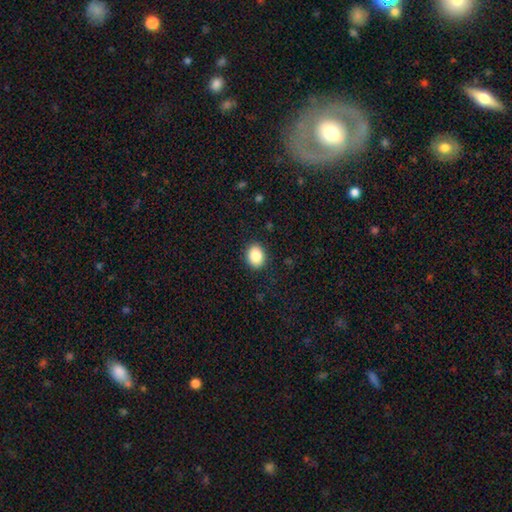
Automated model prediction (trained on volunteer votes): Smooth or featured? Predicted: smooth (p=0.85). How rounded? Predicted: round (p=0.52). Merging? Predicted: none (p=0.89).